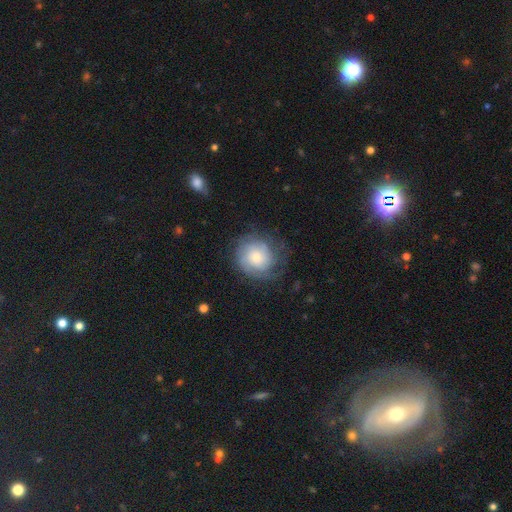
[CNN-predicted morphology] The model was most divided on "bulge size": moderate: 49%, small: 39%, large: 9%, none: 2%, dominant: 2%. Remaining: edge-on disk — no (97%); spiral arms — yes (88%); bar — no (79%); merging — none (71%); spiral winding — tight (67%); smooth or featured — featured or disk (60%); spiral arm count — can't tell (48%).